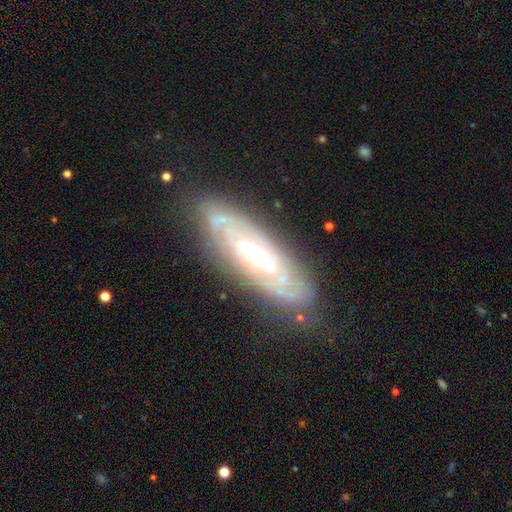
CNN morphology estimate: type=featured or disk (81%); edge-on=no (77%); bar=no (46%); spiral arms=yes (69%); bulge=moderate (57%); merging=none (76%).